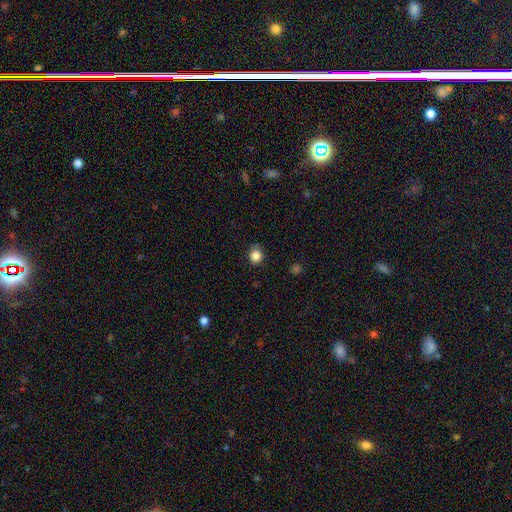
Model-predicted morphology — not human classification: smooth-or-featured: smooth: 84% | star or artifact: 12% | featured or disk: 4%
  how-rounded: round: 85% | in between: 14% | cigar-shaped: 1%
  merging: none: 82% | minor disturbance: 13% | major disturbance: 3% | merger: 2%